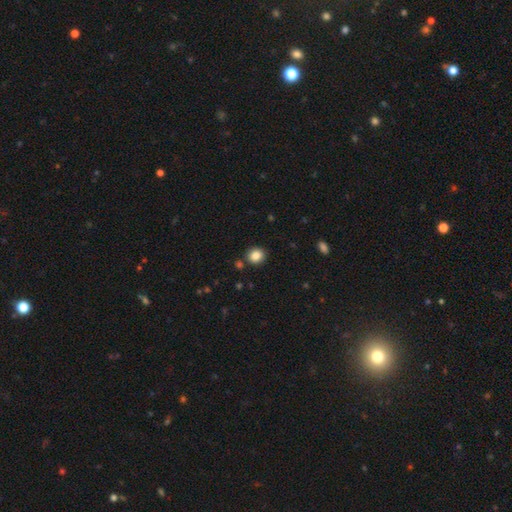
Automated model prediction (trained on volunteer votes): Smooth or featured? smooth (85%)
How rounded? round (82%)
Merging? none (87%)